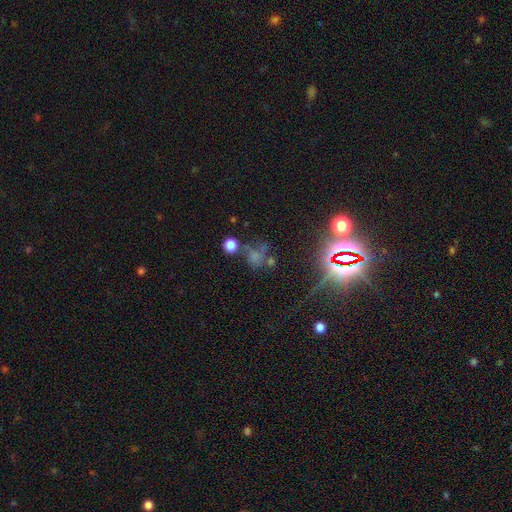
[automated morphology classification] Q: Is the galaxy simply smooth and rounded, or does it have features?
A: smooth — 51%.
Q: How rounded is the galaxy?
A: round — 76%.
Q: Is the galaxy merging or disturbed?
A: none — 48%.